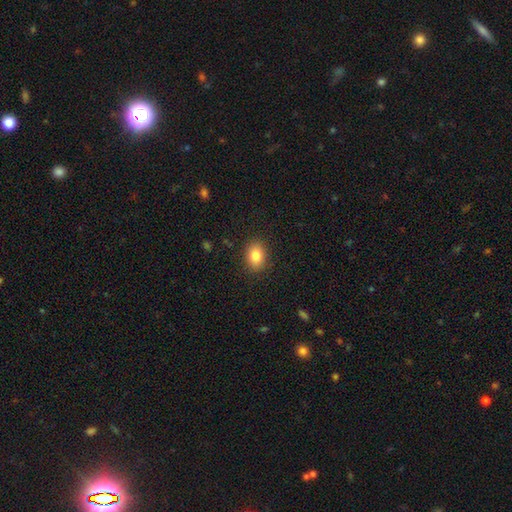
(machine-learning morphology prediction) smooth 83%, star or artifact 9%, featured or disk 7%. Down the decision tree: how rounded — in between (66%); merging — none (88%).